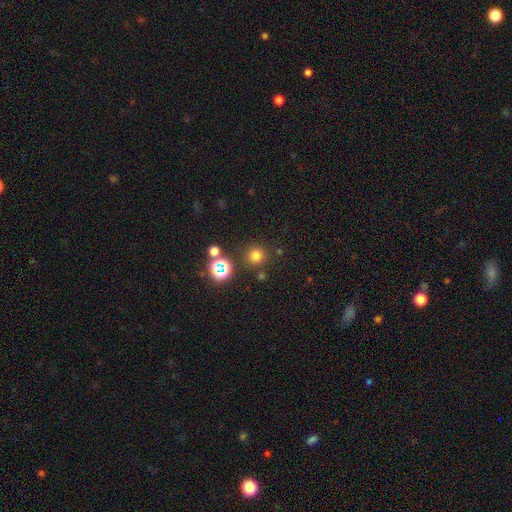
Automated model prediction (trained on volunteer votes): Smooth or featured? smooth (71%)
How rounded? round (94%)
Merging? none (84%)